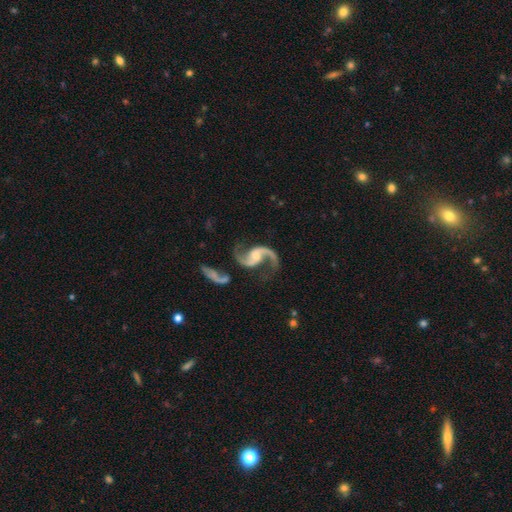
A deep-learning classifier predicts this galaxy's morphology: featured or disk 93%, star or artifact 4%, smooth 3%. Down the decision tree: edge-on disk — no (98%); bar — no (43%); spiral arms — yes (98%); spiral arm count — 2 (93%); spiral winding — loose (68%); bulge size — moderate (42%); merging — none (67%).